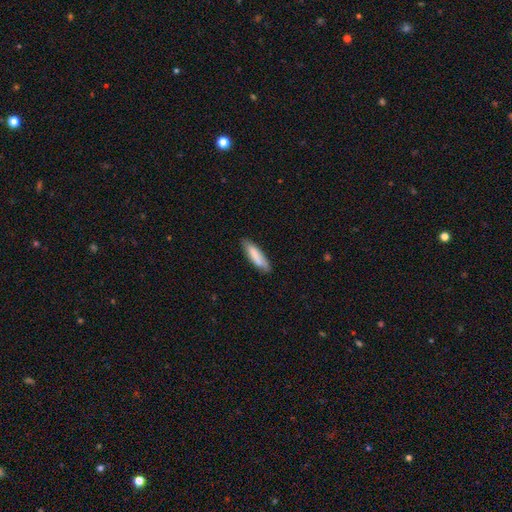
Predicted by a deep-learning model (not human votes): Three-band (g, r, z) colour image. It shows a smooth galaxy with no disk features (80%) that is cigar-shaped (66%). Merging: none (80%).